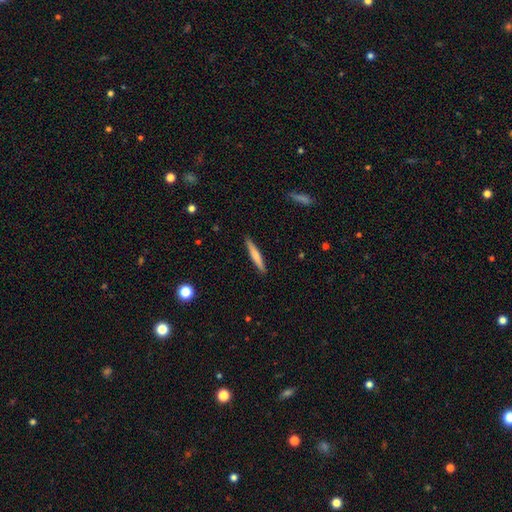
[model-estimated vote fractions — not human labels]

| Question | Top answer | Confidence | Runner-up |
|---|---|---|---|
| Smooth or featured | smooth | 65% | featured or disk (30%) |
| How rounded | cigar-shaped | 94% | in between (4%) |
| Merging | none | 90% | minor disturbance (7%) |